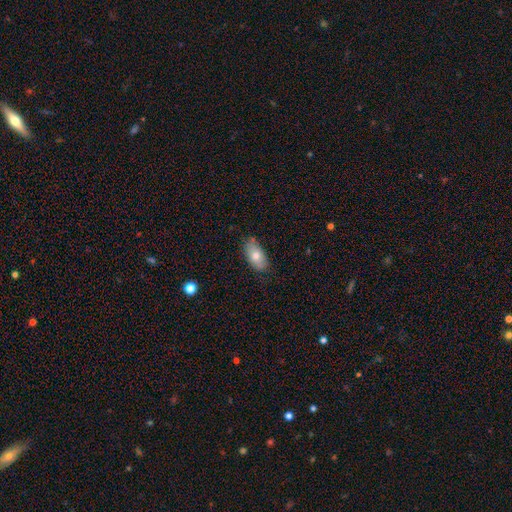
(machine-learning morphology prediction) smooth 76%, featured or disk 17%, star or artifact 7%. Down the decision tree: how rounded — in between (92%); merging — none (77%).